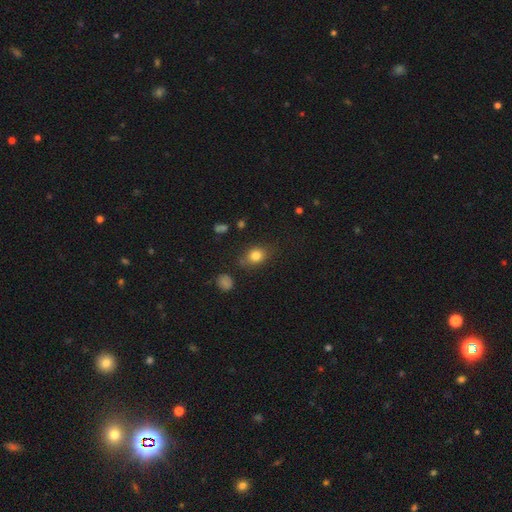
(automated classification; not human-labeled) smooth_or_featured: smooth (p=0.80) [alt: star or artifact p=0.12]
how_rounded: in between (p=0.52) [alt: round p=0.47]
merging: none (p=0.76) [alt: minor disturbance p=0.16]